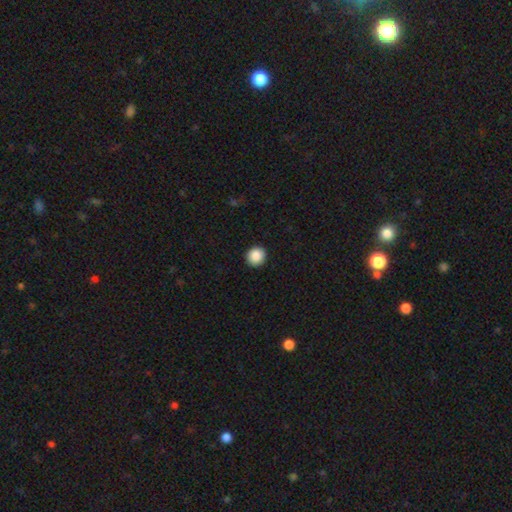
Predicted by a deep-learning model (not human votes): This is clearly a smooth galaxy (88%). How rounded: clearly round (90%). Merging: clearly none (93%).